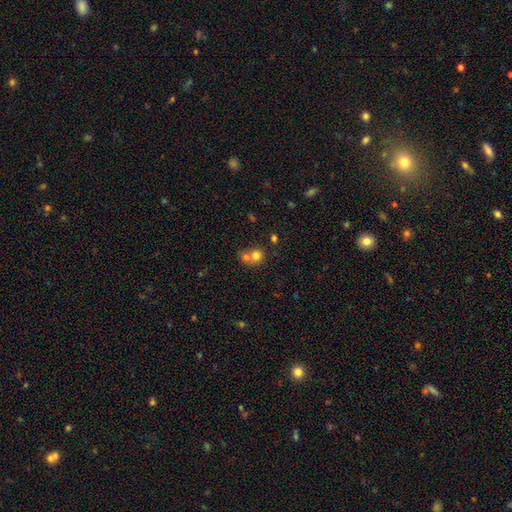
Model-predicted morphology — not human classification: A smooth galaxy with no disk features (74%) that is round (79%).

Vote fractions:
- Smooth or featured? smooth: 74% / featured or disk: 13% / star or artifact: 13%
- How rounded? round: 79% / in between: 20% / cigar-shaped: 1%
- Merging? merger: 56% / none: 35% / minor disturbance: 6% / major disturbance: 3%